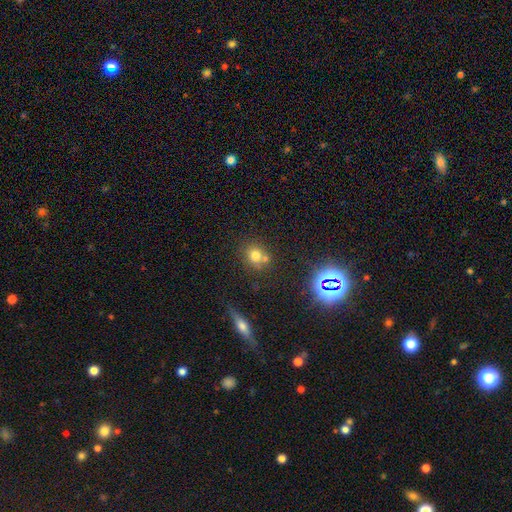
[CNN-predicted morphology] This is likely a smooth galaxy (71%). How rounded: likely round (80%). Merging: possibly none (56%).